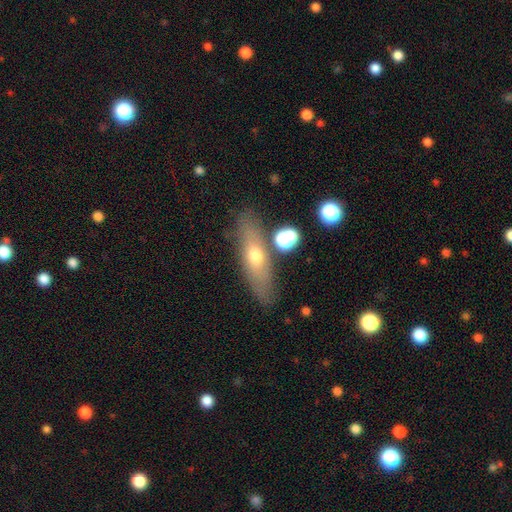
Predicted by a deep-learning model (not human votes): The model was most divided on "smooth or featured": smooth: 50%, featured or disk: 41%, star or artifact: 9%. More confident: merging — none (77%); how rounded — cigar-shaped (56%).